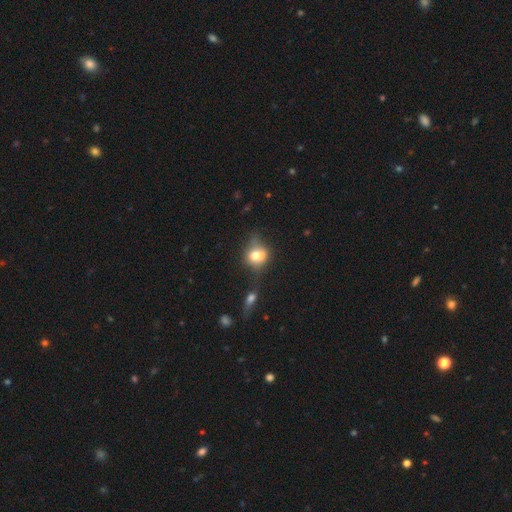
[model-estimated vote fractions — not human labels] Smooth or featured? smooth (62%)
How rounded? round (50%)
Merging? none (44%)